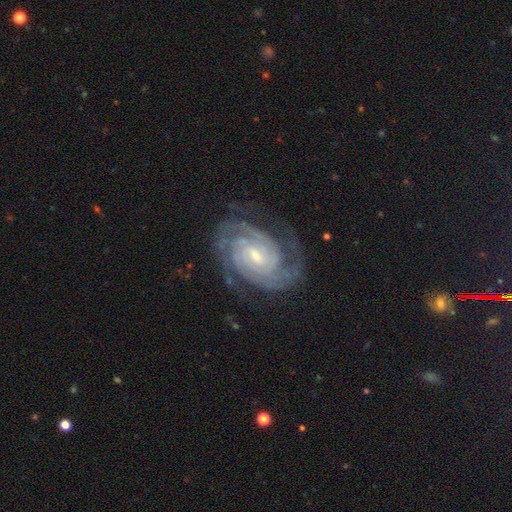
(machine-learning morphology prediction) A featured or disk galaxy (92%) with a weak bar (49%), 2 (45%) tight (73%) spiral arms (99%) and a small central bulge (54%). Merging: none (77%).